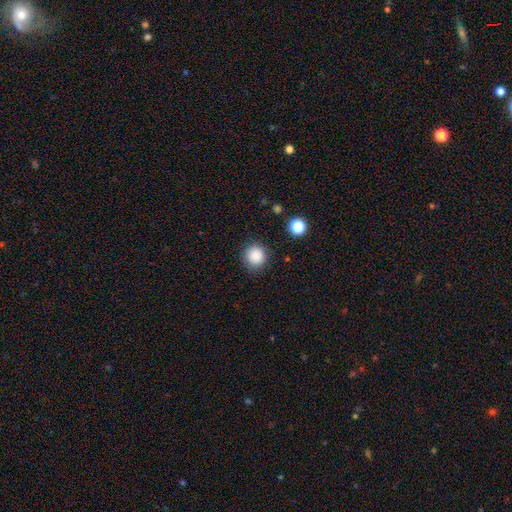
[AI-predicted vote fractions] smooth_or_featured: smooth (p=0.86) [alt: star or artifact p=0.10]
how_rounded: round (p=0.90) [alt: in between p=0.09]
merging: none (p=0.86) [alt: minor disturbance p=0.09]